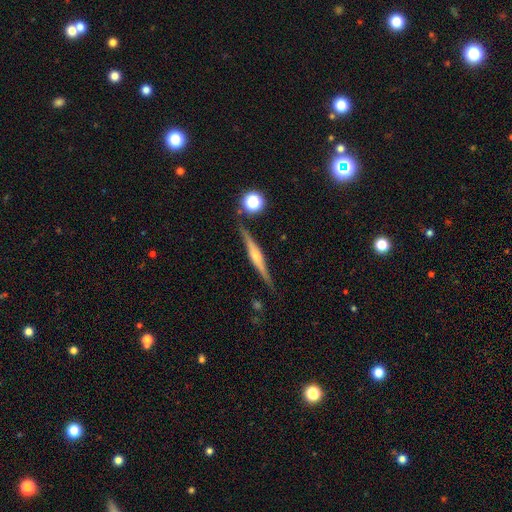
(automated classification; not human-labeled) Smooth or featured? featured or disk (76%)
Edge-on disk? yes (98%)
Edge-on bulge? rounded (82%)
Merging? none (86%)